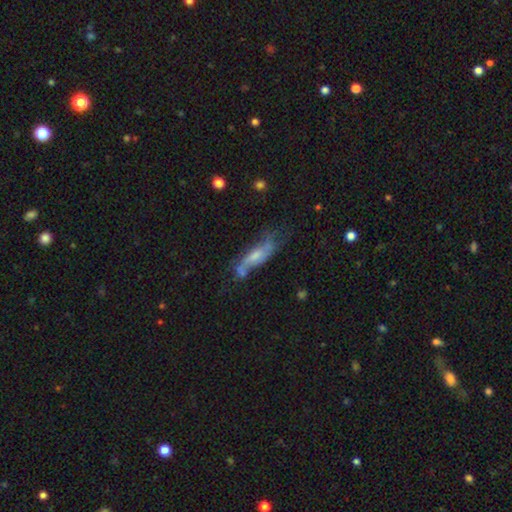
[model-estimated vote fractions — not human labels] Smooth or featured: smooth — 46% (tied with featured or disk — 46%)
Merging: none — 34% (minor disturbance — 26%)